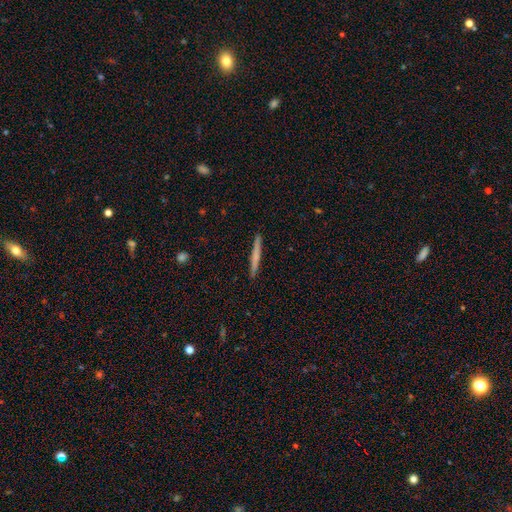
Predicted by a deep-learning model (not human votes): smooth_or_featured: smooth (p=0.57) [alt: featured or disk p=0.38]
how_rounded: cigar-shaped (p=0.97) [alt: in between p=0.02]
merging: none (p=0.92) [alt: minor disturbance p=0.05]